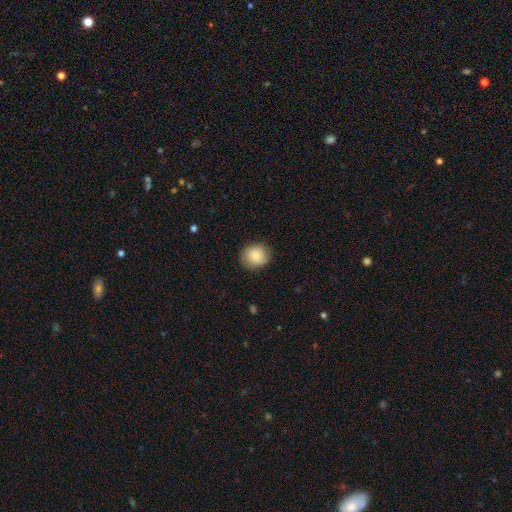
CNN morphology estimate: smooth_or_featured: smooth (p=0.81) [alt: featured or disk p=0.11]
how_rounded: round (p=0.84) [alt: in between p=0.16]
merging: none (p=0.83) [alt: minor disturbance p=0.13]